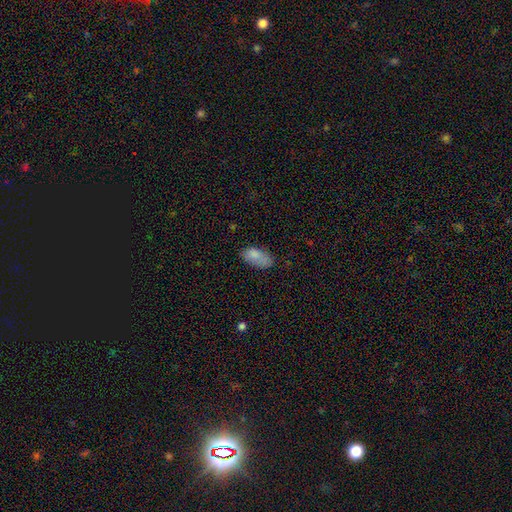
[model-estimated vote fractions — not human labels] A smooth galaxy with no disk features (83%) that is in between round and cigar-shaped (92%).

Vote fractions:
- Smooth or featured? smooth: 83% / featured or disk: 9% / star or artifact: 8%
- How rounded? in between: 92% / cigar-shaped: 4% / round: 3%
- Merging? none: 63% / minor disturbance: 26% / major disturbance: 8% / merger: 3%